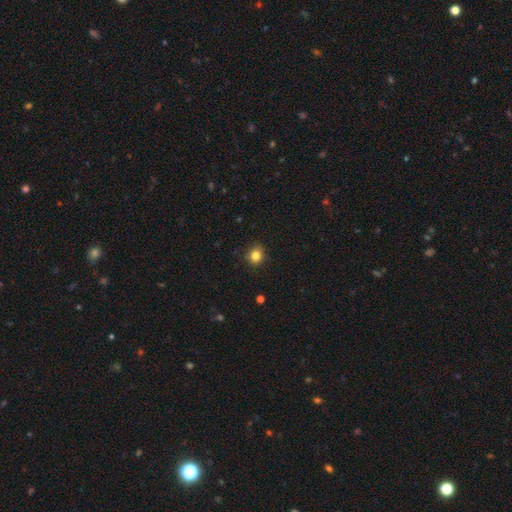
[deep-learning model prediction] smooth 83%, star or artifact 12%, featured or disk 5%. Down the decision tree: how rounded — round (82%); merging — none (88%).